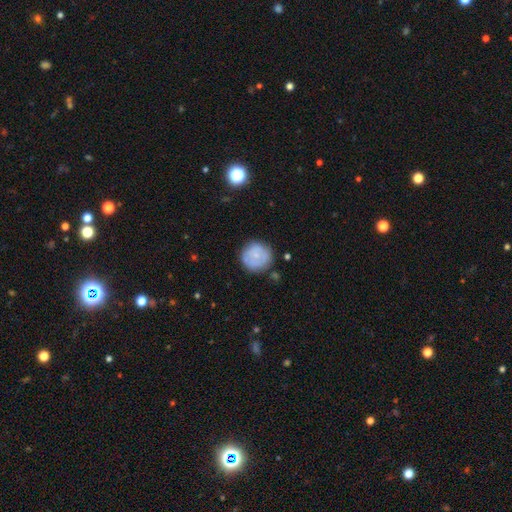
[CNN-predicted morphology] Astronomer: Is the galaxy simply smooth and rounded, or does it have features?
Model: smooth — 63%.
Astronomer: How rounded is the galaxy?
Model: round — 93%.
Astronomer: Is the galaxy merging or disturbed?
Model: none — 76%.